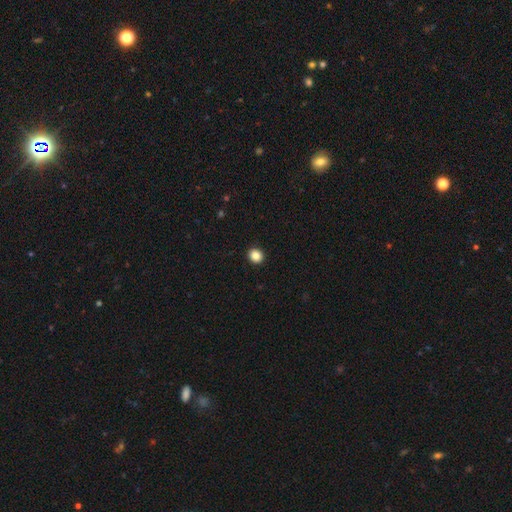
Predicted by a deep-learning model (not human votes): Morphology: type=smooth (87%); roundness=round (78%); merging=none (93%).